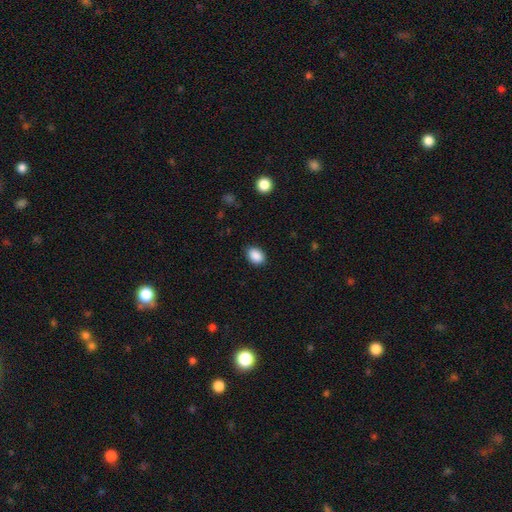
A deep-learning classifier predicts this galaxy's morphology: The model was most divided on "how rounded": in between: 76%, round: 23%, cigar-shaped: 1%. More confident: smooth or featured — smooth (89%); merging — none (88%).